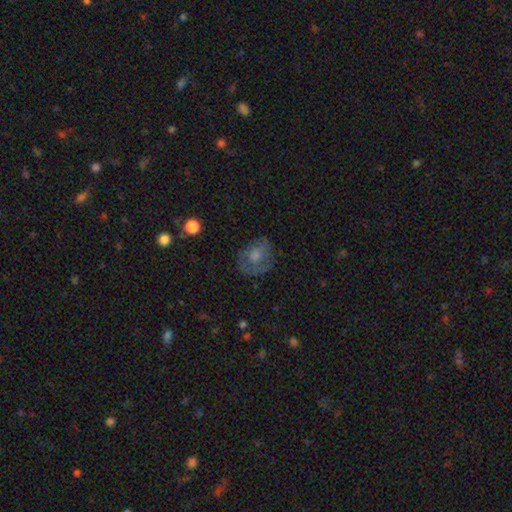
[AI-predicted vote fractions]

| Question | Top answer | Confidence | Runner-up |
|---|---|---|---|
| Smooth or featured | smooth | 50% | featured or disk (40%) |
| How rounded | in between | 52% | round (46%) |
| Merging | none | 60% | minor disturbance (23%) |